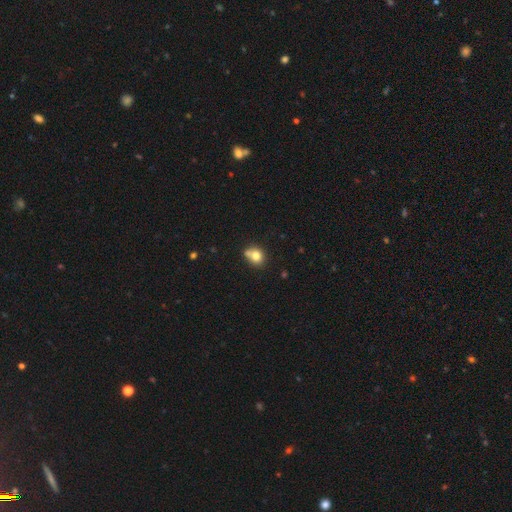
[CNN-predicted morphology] Smooth or featured? Predicted: smooth (p=0.77). How rounded? Predicted: round (p=0.68). Merging? Predicted: none (p=0.52).